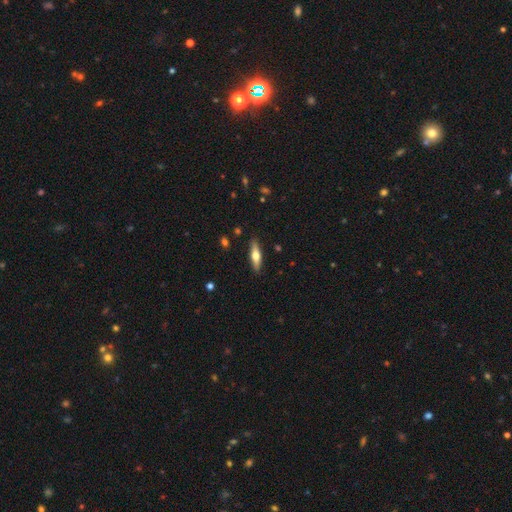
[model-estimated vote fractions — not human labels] The model was most divided on "smooth or featured": smooth: 50%, featured or disk: 44%, star or artifact: 6%. More confident: merging — none (89%); how rounded — cigar-shaped (65%).